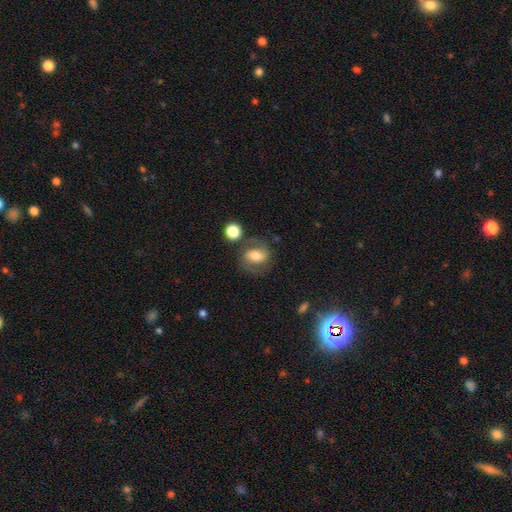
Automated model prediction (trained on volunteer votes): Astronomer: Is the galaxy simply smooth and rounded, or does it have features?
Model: featured or disk — 58% (runner-up: smooth, 33%).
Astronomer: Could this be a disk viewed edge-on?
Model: no — 96%.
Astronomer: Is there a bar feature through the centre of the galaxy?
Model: weak — 40% (runner-up: strong, 31%).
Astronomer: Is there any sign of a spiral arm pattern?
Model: yes — 83%.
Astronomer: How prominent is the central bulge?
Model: moderate — 65%.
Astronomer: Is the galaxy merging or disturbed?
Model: none — 71%.